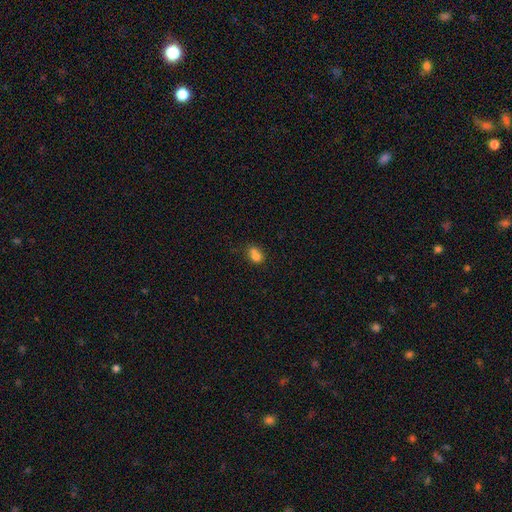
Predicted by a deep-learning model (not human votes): smooth-or-featured: smooth: 76% | featured or disk: 13% | star or artifact: 12%
  how-rounded: round: 52% | in between: 47% | cigar-shaped: 1%
  merging: merger: 43% | none: 37% | minor disturbance: 14% | major disturbance: 6%